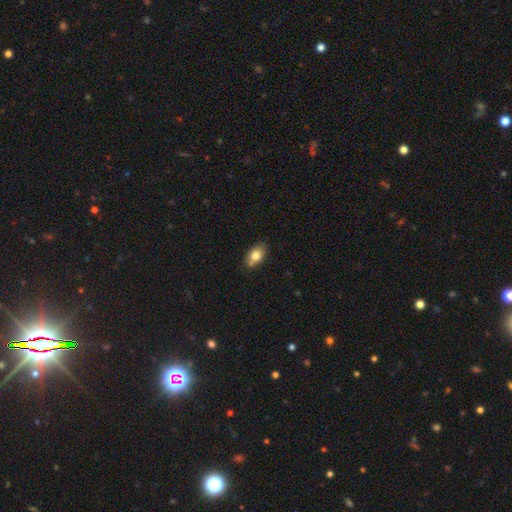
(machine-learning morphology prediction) This appears to be a smooth galaxy with no disk features (79%) that is in between round and cigar-shaped (86%). Merging: none (72%).